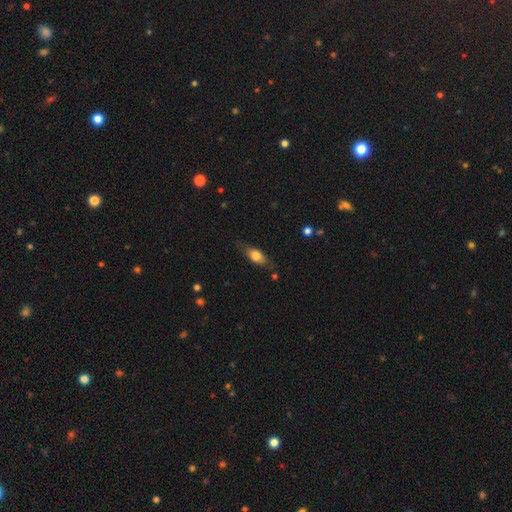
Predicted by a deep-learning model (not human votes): The model was most divided on "smooth or featured": smooth: 69%, featured or disk: 25%, star or artifact: 7%. More confident: how rounded — in between (74%); merging — none (72%).